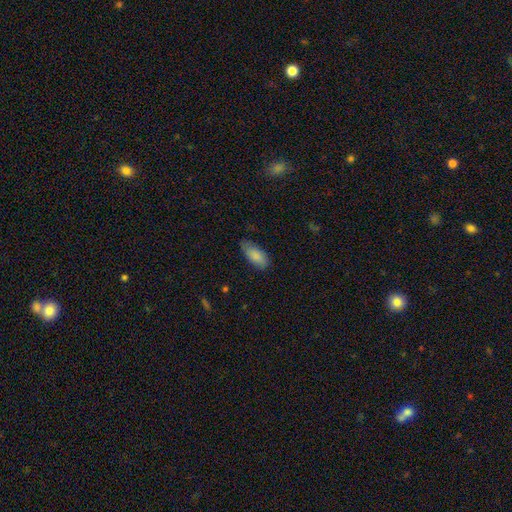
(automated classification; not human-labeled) smooth-or-featured: smooth: 86% | featured or disk: 8% | star or artifact: 6%
  how-rounded: in between: 87% | cigar-shaped: 11% | round: 2%
  merging: none: 69% | minor disturbance: 26% | major disturbance: 5% | merger: 1%